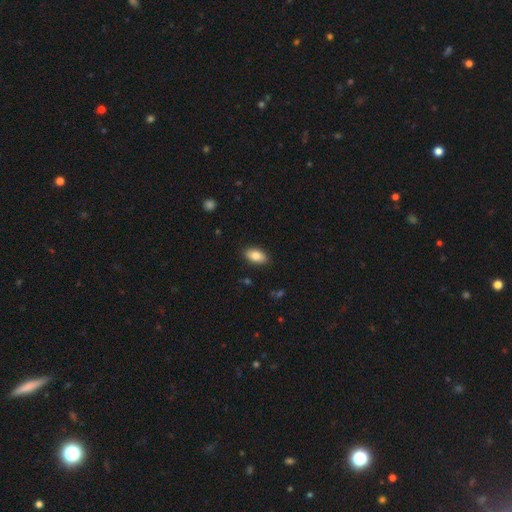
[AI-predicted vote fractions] Smooth or featured?
  - smooth: 84% *
  - featured or disk: 9%
  - star or artifact: 7%
How rounded?
  - in between: 92% *
  - round: 5%
  - cigar-shaped: 3%
Merging?
  - none: 88% *
  - minor disturbance: 9%
  - major disturbance: 2%
  - merger: 1%